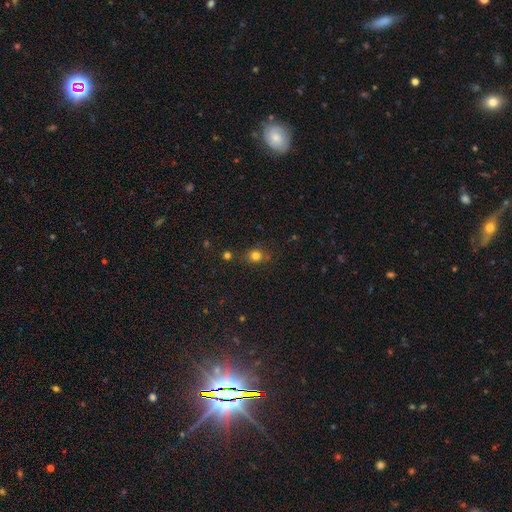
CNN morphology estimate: The model was most divided on "how rounded": round: 79%, in between: 20%, cigar-shaped: 1%. More confident: smooth or featured — smooth (77%); merging — none (75%).